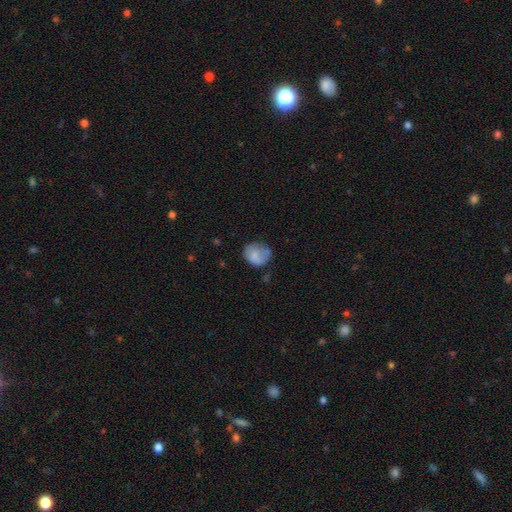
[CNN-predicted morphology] Smooth or featured: smooth — 73% (featured or disk — 19%)
How rounded: round — 64% (in between — 35%)
Merging: none — 48% (minor disturbance — 31%)